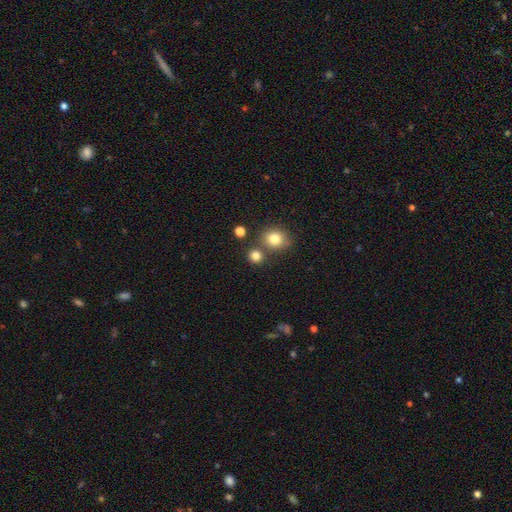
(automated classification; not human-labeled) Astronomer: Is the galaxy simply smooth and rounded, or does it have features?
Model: smooth — 81%.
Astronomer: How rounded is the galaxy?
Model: round — 85%.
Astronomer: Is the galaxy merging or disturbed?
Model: none — 70%.